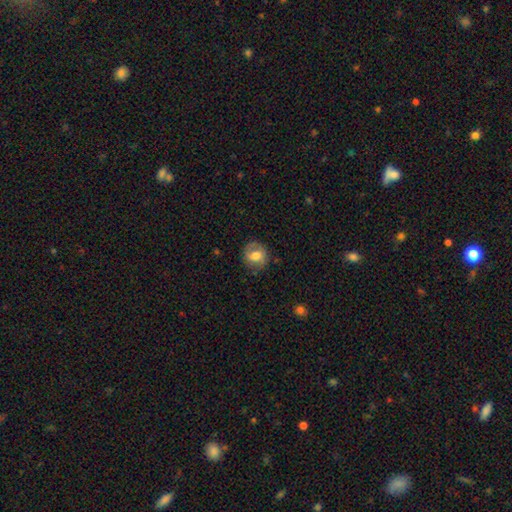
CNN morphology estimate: This appears to be a smooth galaxy with no disk features (61%) that is round (78%). Merging: none (76%).